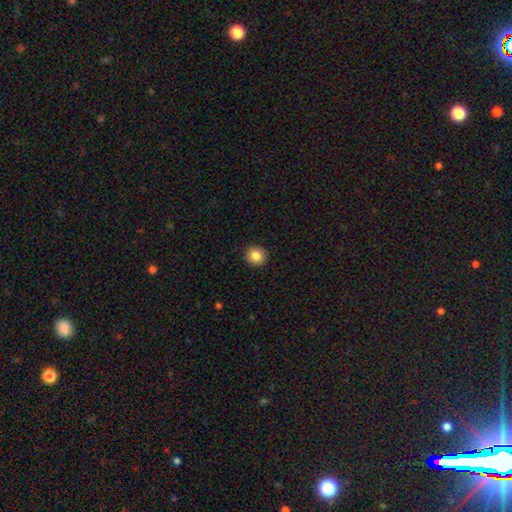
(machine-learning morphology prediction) This is clearly a smooth galaxy (85%). How rounded: clearly round (91%). Merging: clearly none (92%).